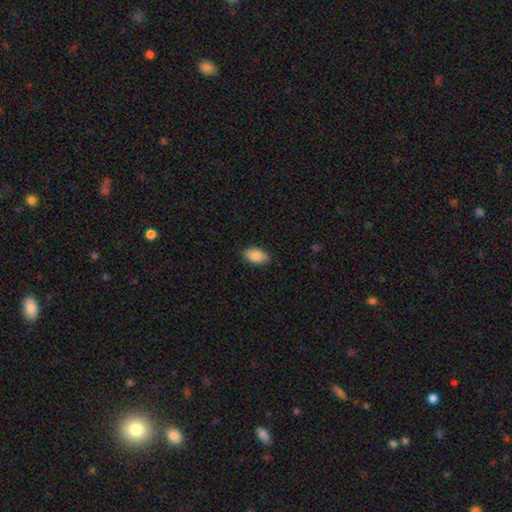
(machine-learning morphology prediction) Smooth or featured? smooth (88%)
How rounded? in between (94%)
Merging? none (87%)